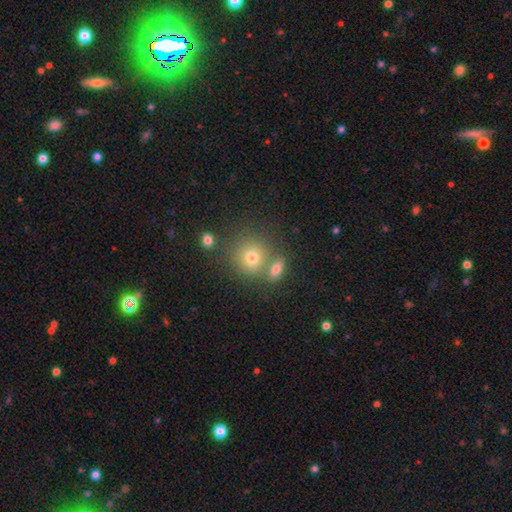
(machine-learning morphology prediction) The model was most divided on "smooth or featured": smooth: 60%, star or artifact: 29%, featured or disk: 12%. More confident: how rounded — round (90%); merging — none (65%).